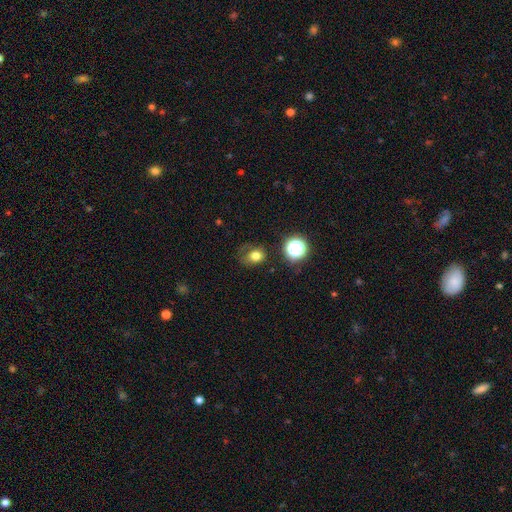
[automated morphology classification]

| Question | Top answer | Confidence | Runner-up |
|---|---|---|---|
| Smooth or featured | smooth | 75% | star or artifact (15%) |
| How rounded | round | 55% | in between (44%) |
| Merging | none | 55% | minor disturbance (27%) |